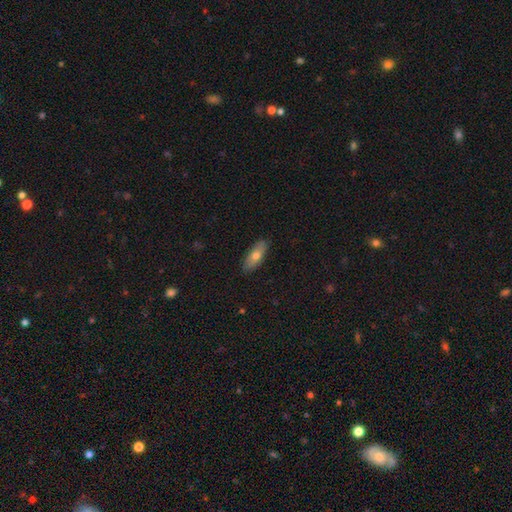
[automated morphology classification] This appears to be a smooth galaxy with no disk features (69%) that is in between round and cigar-shaped (66%). Merging: none (87%).